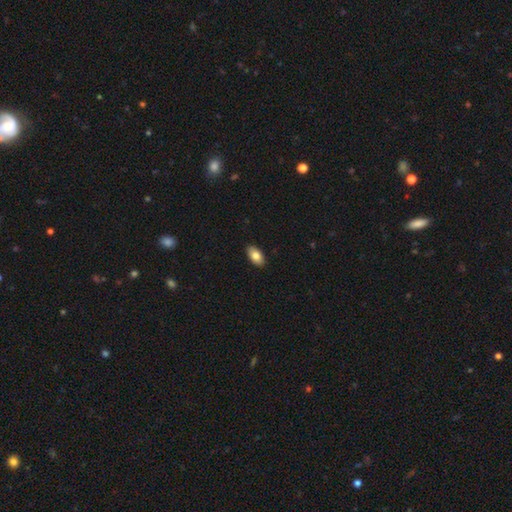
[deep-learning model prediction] The model was most divided on "smooth or featured": smooth: 81%, featured or disk: 12%, star or artifact: 7%. More confident: how rounded — in between (94%); merging — none (90%).